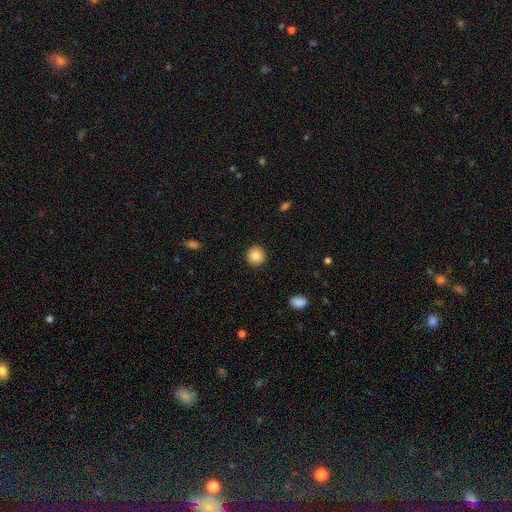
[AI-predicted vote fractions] Q: Smooth or featured?
A: smooth (85%); runner-up: star or artifact (8%)
Q: How rounded?
A: round (92%); runner-up: in between (7%)
Q: Merging?
A: none (91%); runner-up: minor disturbance (6%)